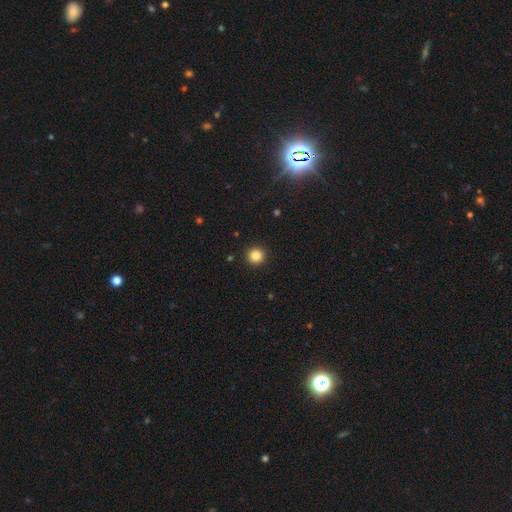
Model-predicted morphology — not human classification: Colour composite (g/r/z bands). It shows a smooth galaxy with no disk features (84%) that is round (95%). Merging: none (93%).